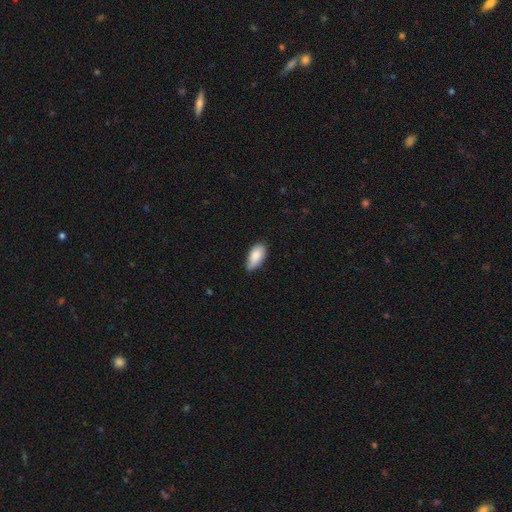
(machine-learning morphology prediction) Smooth or featured? Predicted: smooth (p=0.87). How rounded? Predicted: in between (p=0.93). Merging? Predicted: none (p=0.71).